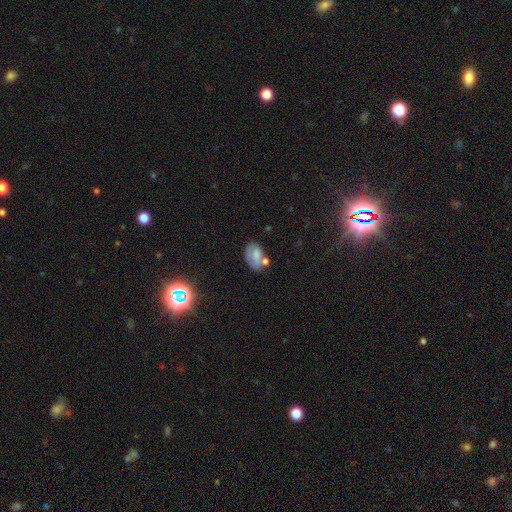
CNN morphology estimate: smooth 66%, featured or disk 22%, star or artifact 12%. Down the decision tree: how rounded — in between (87%); merging — none (44%).